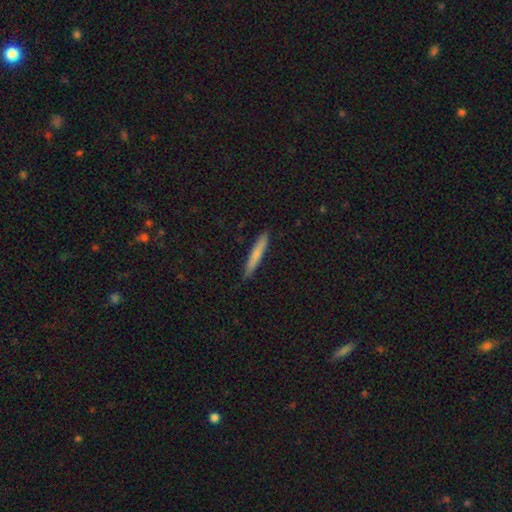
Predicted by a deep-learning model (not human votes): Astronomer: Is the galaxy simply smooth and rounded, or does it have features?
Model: smooth — 73%.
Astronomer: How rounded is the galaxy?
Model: cigar-shaped — 94%.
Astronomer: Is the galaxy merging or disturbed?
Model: none — 85%.